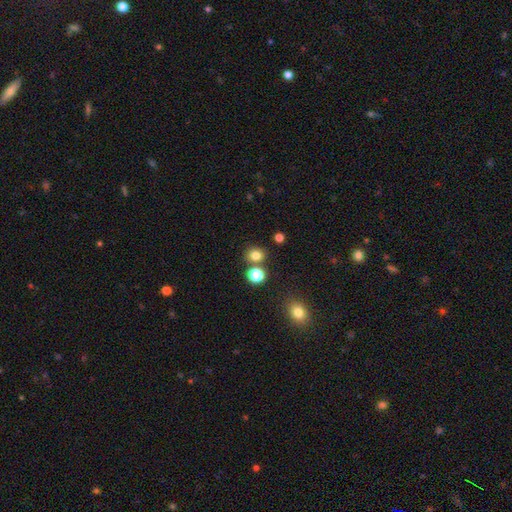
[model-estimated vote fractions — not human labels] Smooth or featured?
  - smooth: 78% *
  - star or artifact: 16%
  - featured or disk: 6%
How rounded?
  - round: 75% *
  - in between: 24%
  - cigar-shaped: 1%
Merging?
  - none: 75% *
  - merger: 14%
  - minor disturbance: 8%
  - major disturbance: 3%